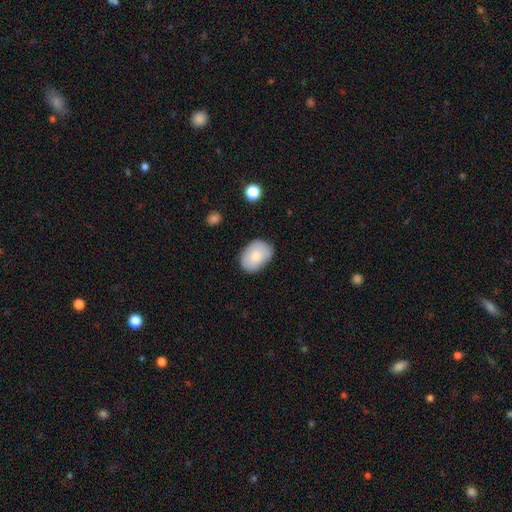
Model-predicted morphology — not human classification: The model was most divided on "how rounded": in between: 77%, round: 22%, cigar-shaped: 1%. More confident: smooth or featured — smooth (79%); merging — none (77%).